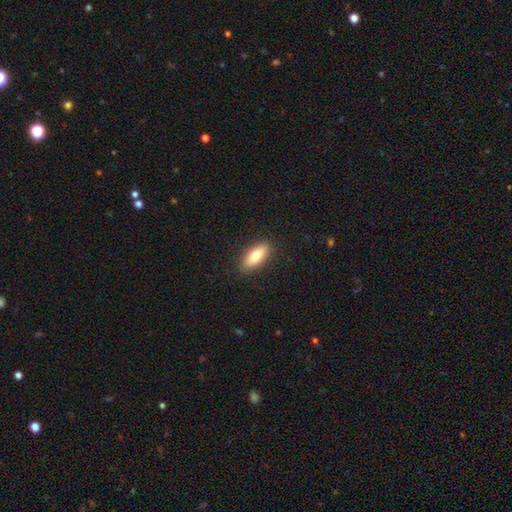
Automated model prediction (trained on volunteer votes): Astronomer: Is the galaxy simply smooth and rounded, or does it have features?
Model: smooth — 76%.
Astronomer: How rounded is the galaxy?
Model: in between — 78%.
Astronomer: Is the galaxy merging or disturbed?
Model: none — 89%.